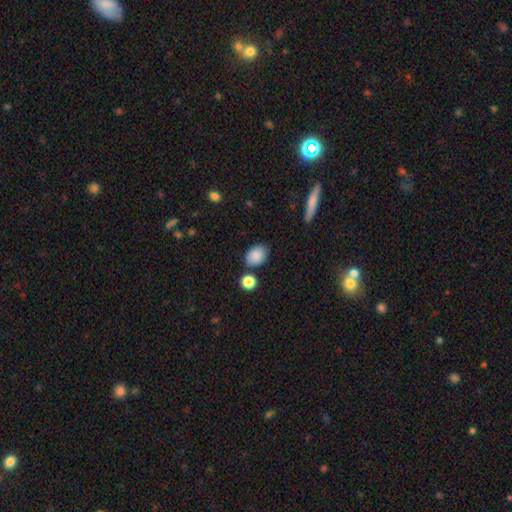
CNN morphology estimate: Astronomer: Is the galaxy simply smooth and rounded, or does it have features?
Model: smooth — 87%.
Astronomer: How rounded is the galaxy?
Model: in between — 70%.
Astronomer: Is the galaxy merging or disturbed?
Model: none — 74%.